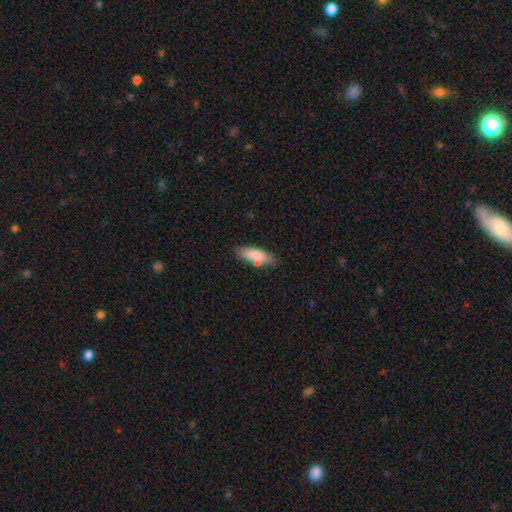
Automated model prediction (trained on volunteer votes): Smooth or featured? Predicted: smooth (p=0.80). How rounded? Predicted: in between (p=0.57). Merging? Predicted: none (p=0.68).